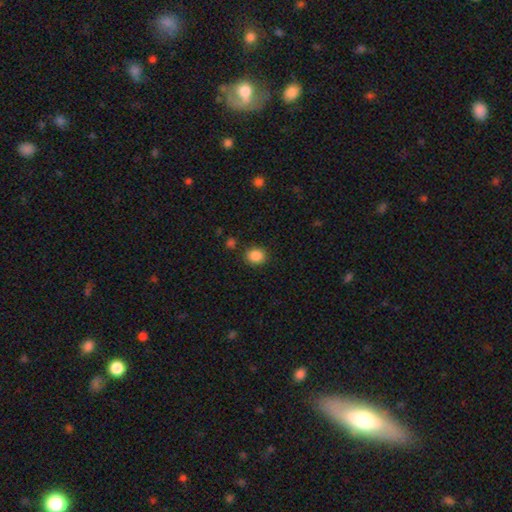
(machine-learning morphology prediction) Smooth or featured? smooth (87%)
How rounded? round (71%)
Merging? none (85%)